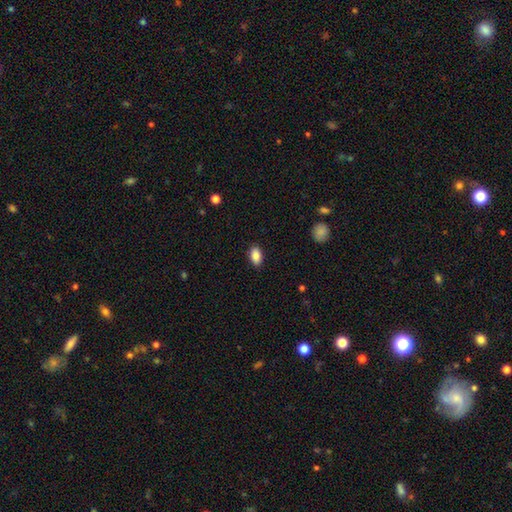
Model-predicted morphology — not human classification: Smooth or featured? smooth (87%)
How rounded? in between (91%)
Merging? none (88%)